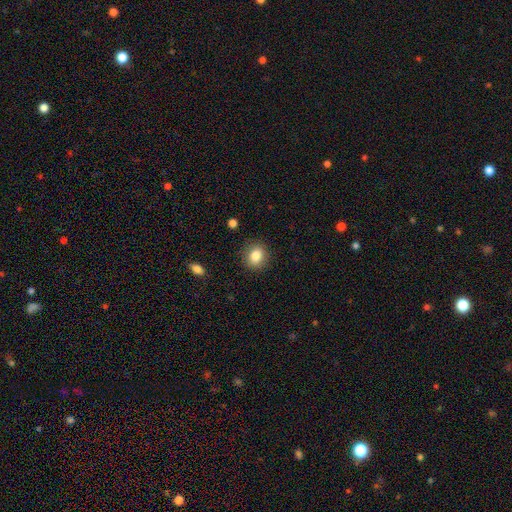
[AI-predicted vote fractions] Smooth or featured?
  - smooth: 84% *
  - star or artifact: 9%
  - featured or disk: 6%
How rounded?
  - round: 66% *
  - in between: 33%
  - cigar-shaped: 1%
Merging?
  - none: 87% *
  - minor disturbance: 9%
  - major disturbance: 3%
  - merger: 1%